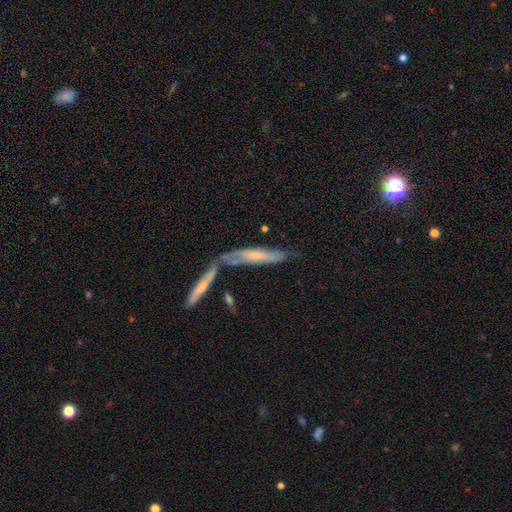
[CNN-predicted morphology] A featured or disk galaxy (53%) viewed edge-on (63%). Merging: none (44%).